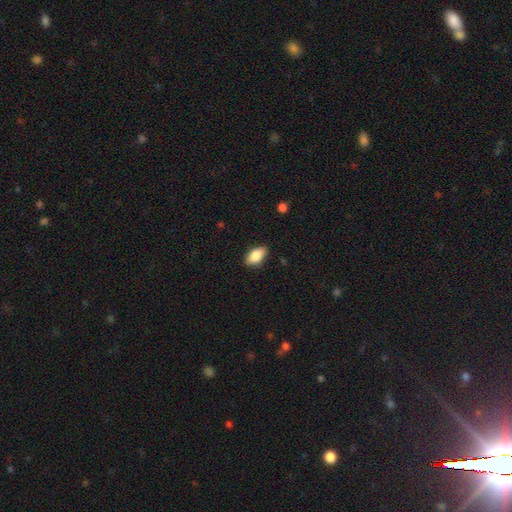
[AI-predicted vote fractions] Q: Smooth or featured?
A: smooth (83%); runner-up: featured or disk (10%)
Q: How rounded?
A: in between (91%); runner-up: round (5%)
Q: Merging?
A: none (86%); runner-up: minor disturbance (11%)